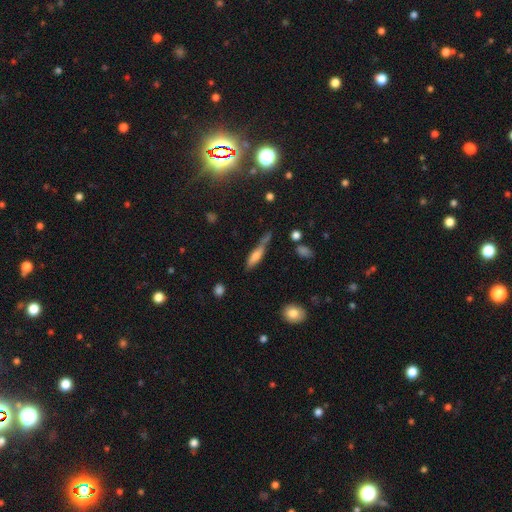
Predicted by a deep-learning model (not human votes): This appears to be a smooth galaxy with no disk features (64%) that is cigar-shaped (72%). Merging: none (43%).